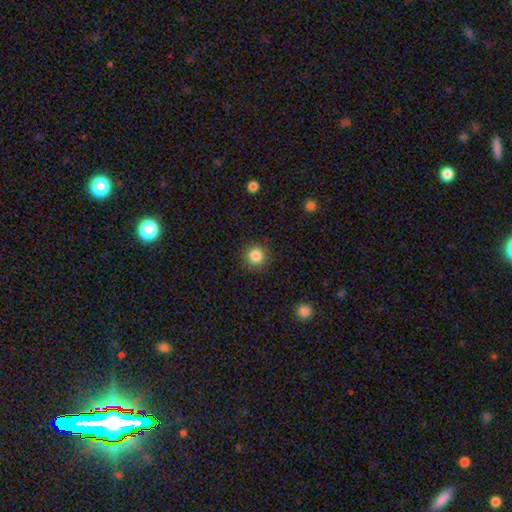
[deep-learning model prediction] smooth-or-featured: smooth: 86% | star or artifact: 10% | featured or disk: 4%
  how-rounded: round: 94% | in between: 5% | cigar-shaped: 1%
  merging: none: 89% | minor disturbance: 7% | major disturbance: 2% | merger: 1%